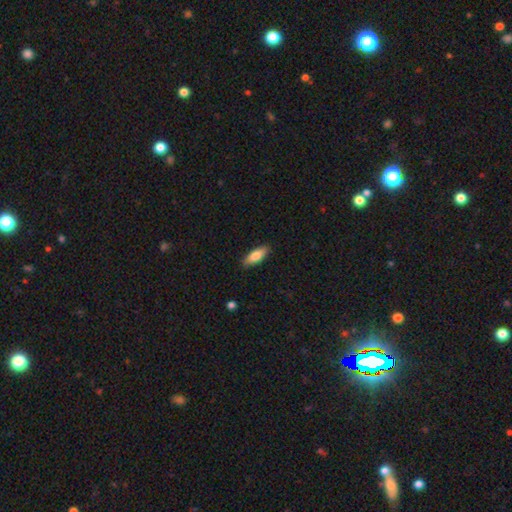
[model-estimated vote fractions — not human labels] This appears to be a smooth galaxy with no disk features (77%) that is in between round and cigar-shaped (60%). Merging: none (88%).